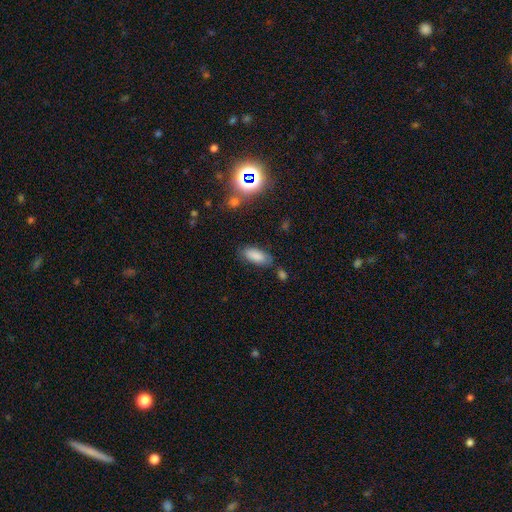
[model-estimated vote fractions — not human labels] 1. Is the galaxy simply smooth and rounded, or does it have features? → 83% smooth, 9% star or artifact, 7% featured or disk.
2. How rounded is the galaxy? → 85% in between, 13% cigar-shaped, 2% round.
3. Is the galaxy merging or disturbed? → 77% none, 15% minor disturbance, 4% merger, 4% major disturbance.